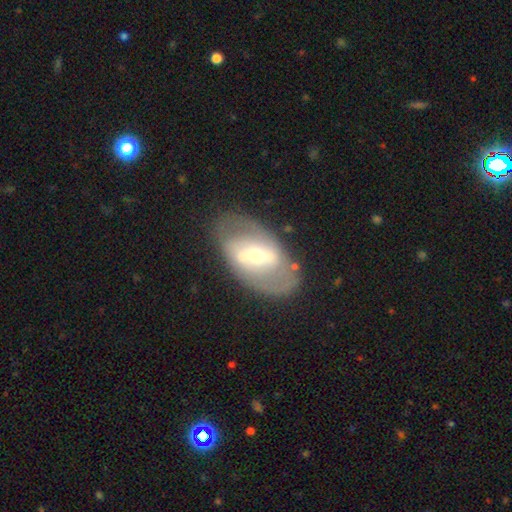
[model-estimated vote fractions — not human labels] The model was most divided on "spiral arms" (2-way tie): no: 50%, yes: 50%. Remaining: edge-on disk — no (89%); merging — none (73%); smooth or featured — featured or disk (70%); bar — strong (59%); bulge size — moderate (46%).